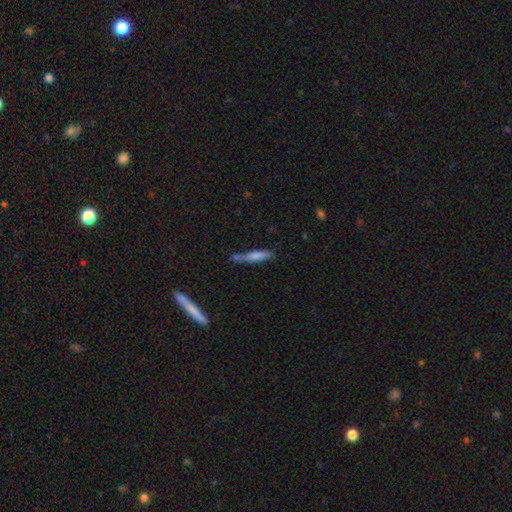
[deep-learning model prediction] smooth_or_featured: smooth (p=0.52) [alt: featured or disk p=0.38]
how_rounded: cigar-shaped (p=0.91) [alt: in between p=0.08]
merging: none (p=0.68) [alt: minor disturbance p=0.18]